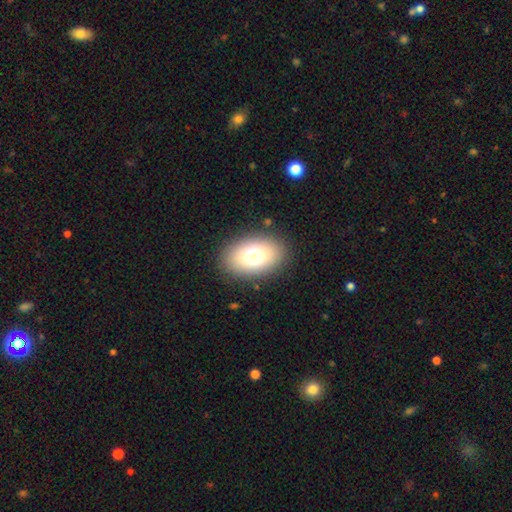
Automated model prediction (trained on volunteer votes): Smooth or featured: smooth — 78% (featured or disk — 13%)
How rounded: in between — 89% (round — 10%)
Merging: none — 89% (minor disturbance — 7%)